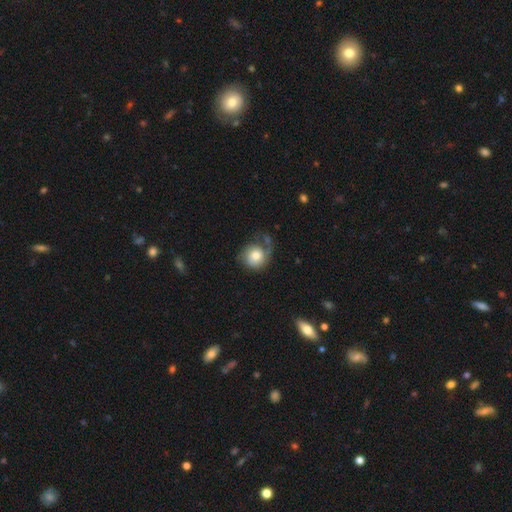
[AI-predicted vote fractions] smooth_or_featured: smooth (p=0.63) [alt: featured or disk p=0.30]
how_rounded: round (p=0.83) [alt: in between p=0.16]
merging: none (p=0.44) [alt: major disturbance p=0.25]